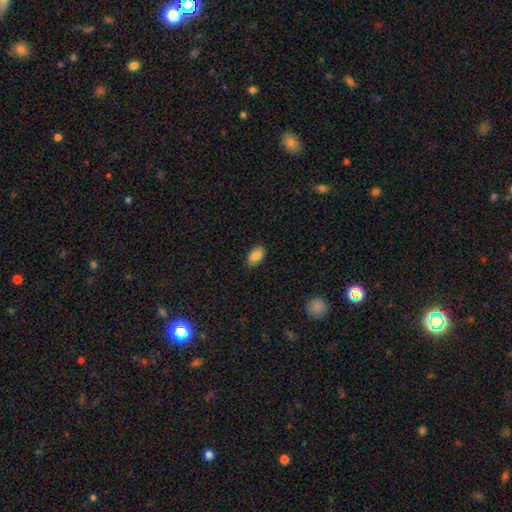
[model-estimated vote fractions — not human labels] smooth 85%, star or artifact 7%, featured or disk 7%. Down the decision tree: how rounded — in between (92%); merging — none (86%).